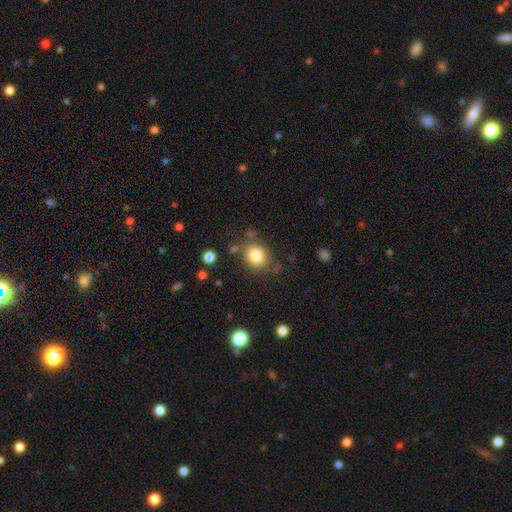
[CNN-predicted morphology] Smooth or featured? Predicted: smooth (p=0.81). How rounded? Predicted: round (p=0.72). Merging? Predicted: none (p=0.77).